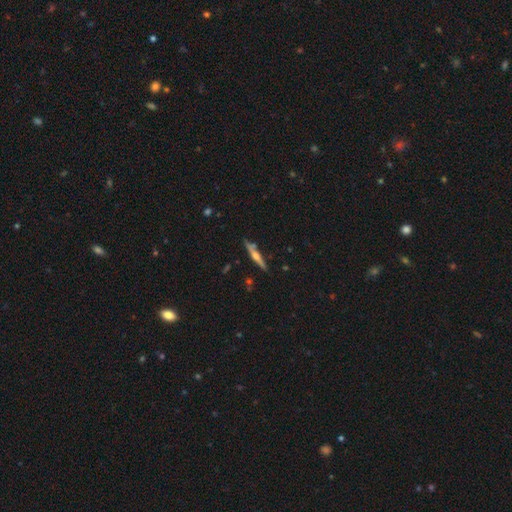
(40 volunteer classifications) featured or disk 85%, smooth 10%, star or artifact 5%. Down the decision tree: edge-on disk — yes (97%); edge-on bulge — rounded (91%); merging — none (89%).